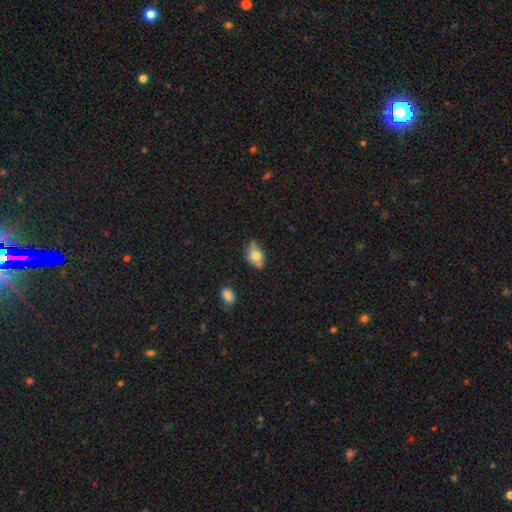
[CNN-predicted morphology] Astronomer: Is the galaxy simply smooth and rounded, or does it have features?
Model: smooth — 64%.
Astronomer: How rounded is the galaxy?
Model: in between — 81%.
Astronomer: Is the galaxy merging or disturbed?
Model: none — 57%.